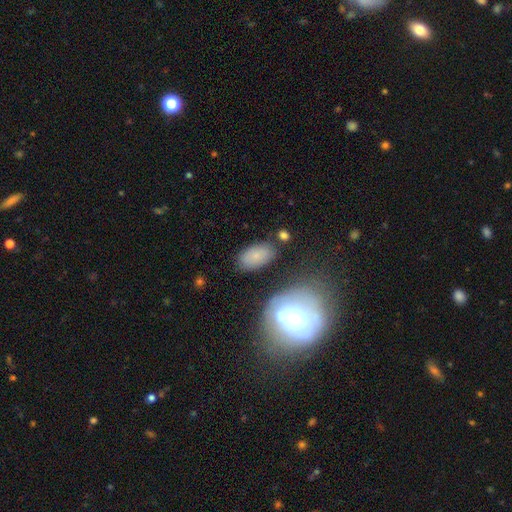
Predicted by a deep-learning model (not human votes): This appears to be a smooth galaxy with no disk features (78%) that is in between round and cigar-shaped (93%). Merging: none (78%).